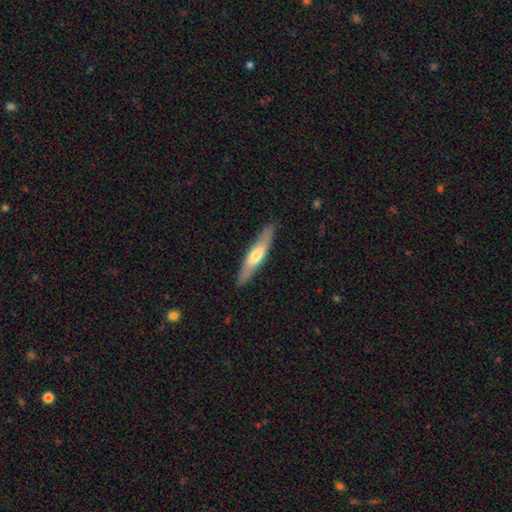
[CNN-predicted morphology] smooth 52%, featured or disk 43%, star or artifact 5%. Down the decision tree: how rounded — cigar-shaped (85%); merging — none (88%).